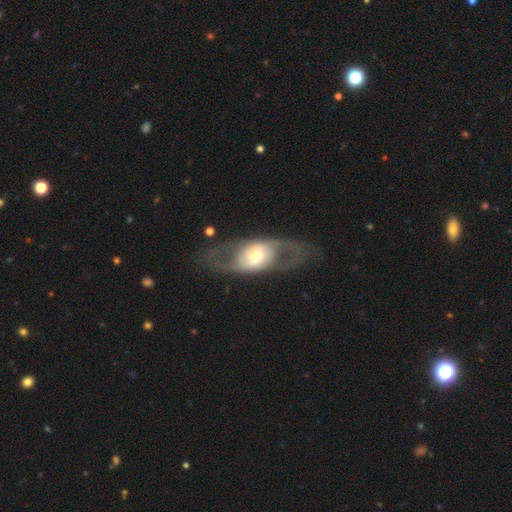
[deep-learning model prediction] Smooth or featured? Predicted: featured or disk (p=0.68). Edge-on disk? Predicted: no (p=0.87). Bar? Predicted: no (p=0.55). Spiral arms? Predicted: yes (p=0.50, tied with no). Bulge size? Predicted: moderate (p=0.52). Merging? Predicted: none (p=0.73).